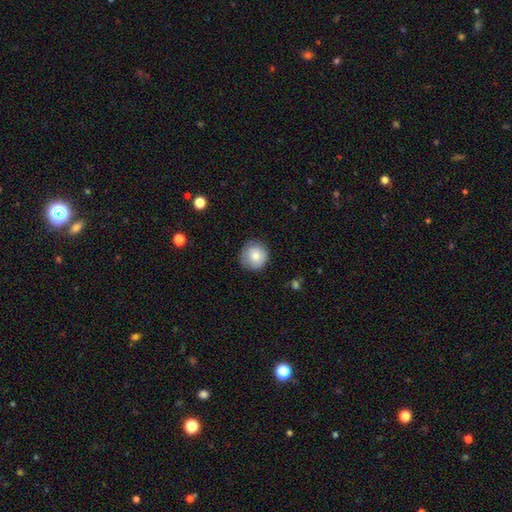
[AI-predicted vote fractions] This is clearly a smooth galaxy (82%). How rounded: clearly round (94%). Merging: clearly none (84%).